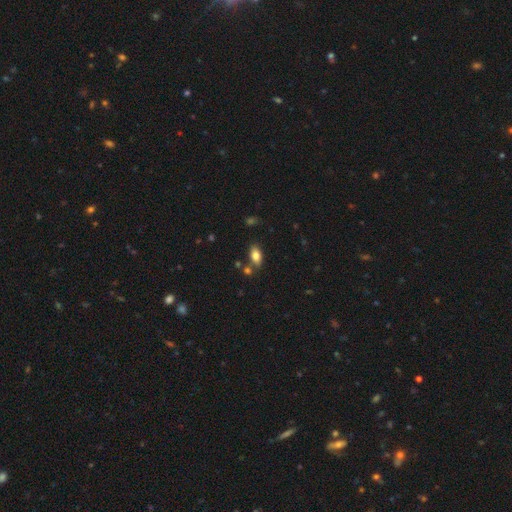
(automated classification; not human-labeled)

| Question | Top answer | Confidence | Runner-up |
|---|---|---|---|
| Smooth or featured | smooth | 83% | featured or disk (9%) |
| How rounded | in between | 91% | round (5%) |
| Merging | none | 75% | minor disturbance (12%) |